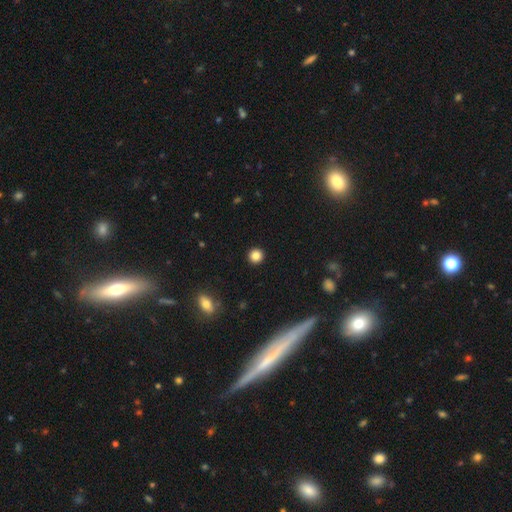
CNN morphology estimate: This is clearly a smooth galaxy (85%). How rounded: clearly round (94%). Merging: clearly none (93%).